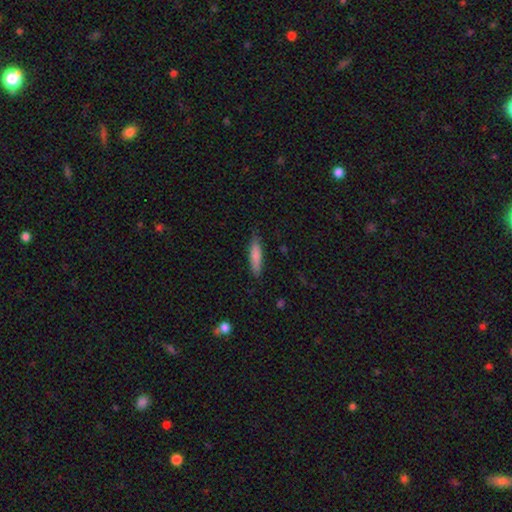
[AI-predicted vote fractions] smooth_or_featured: smooth (p=0.82) [alt: featured or disk p=0.12]
how_rounded: cigar-shaped (p=0.75) [alt: in between p=0.23]
merging: none (p=0.82) [alt: minor disturbance p=0.14]